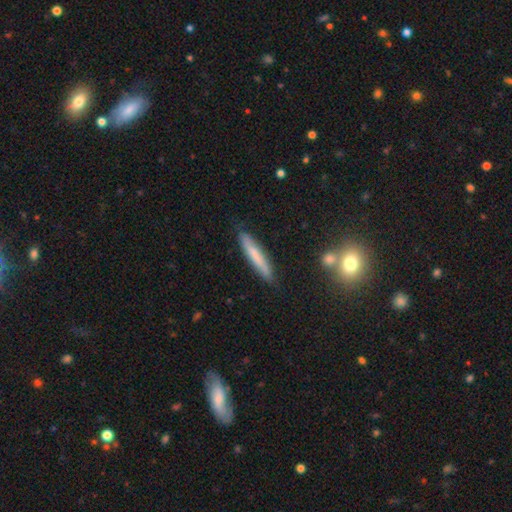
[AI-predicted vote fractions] Smooth or featured? Predicted: smooth (p=0.64). How rounded? Predicted: cigar-shaped (p=0.93). Merging? Predicted: none (p=0.83).